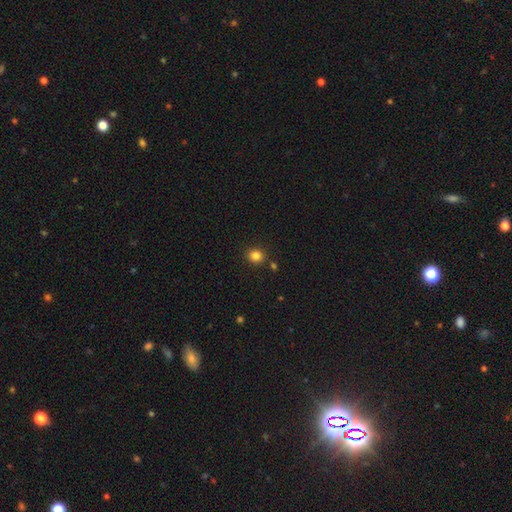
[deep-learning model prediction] This appears to be a smooth galaxy with no disk features (83%) that is round (82%). Merging: none (86%).